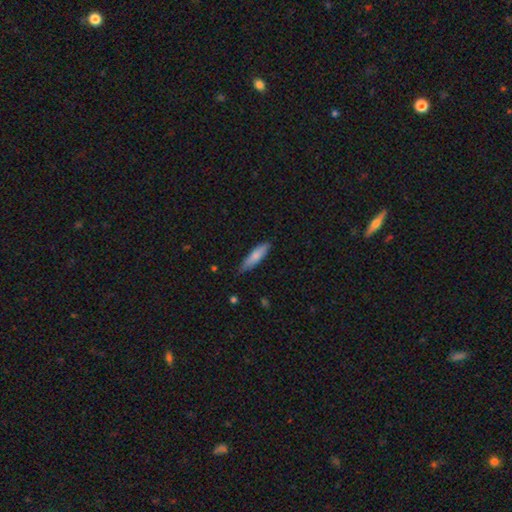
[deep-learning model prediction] smooth_or_featured: smooth (p=0.78) [alt: featured or disk p=0.16]
how_rounded: cigar-shaped (p=0.66) [alt: in between p=0.33]
merging: none (p=0.75) [alt: minor disturbance p=0.21]